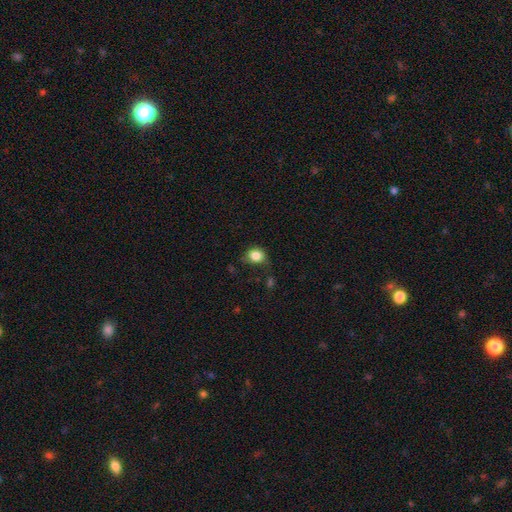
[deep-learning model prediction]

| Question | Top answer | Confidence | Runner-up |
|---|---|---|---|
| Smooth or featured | smooth | 84% | star or artifact (10%) |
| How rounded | round | 61% | in between (39%) |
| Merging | none | 66% | minor disturbance (24%) |